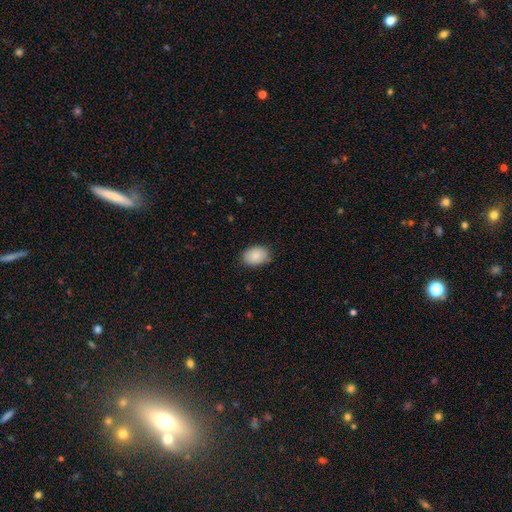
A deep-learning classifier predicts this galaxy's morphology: type=smooth (88%); roundness=in between (81%); merging=none (84%).